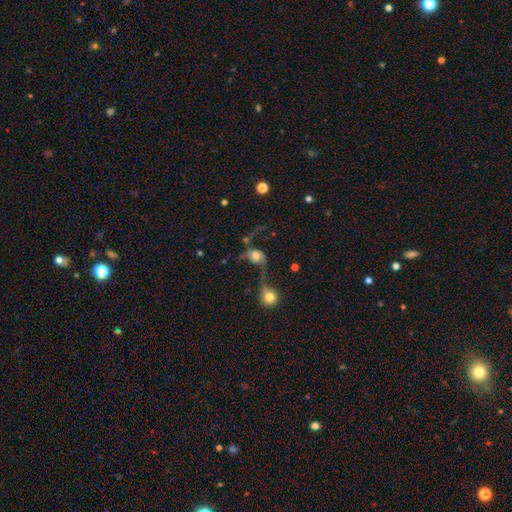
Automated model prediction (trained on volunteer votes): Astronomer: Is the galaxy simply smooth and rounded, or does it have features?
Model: smooth — 45% (runner-up: featured or disk, 44%).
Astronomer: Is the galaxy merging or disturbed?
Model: merger — 35% (runner-up: major disturbance, 31%).